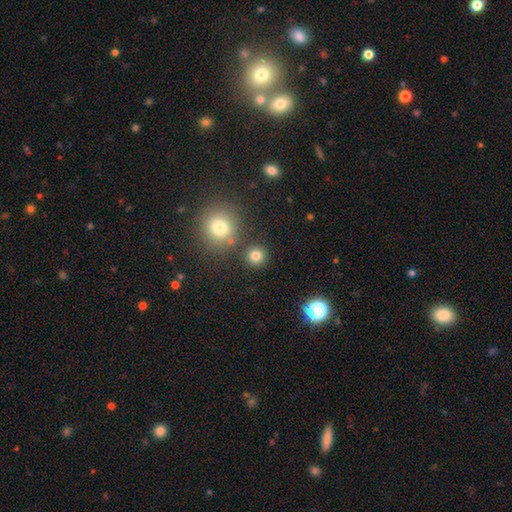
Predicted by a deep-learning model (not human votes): Smooth or featured: smooth — 81% (star or artifact — 14%)
How rounded: round — 92% (in between — 7%)
Merging: none — 84% (merger — 7%)